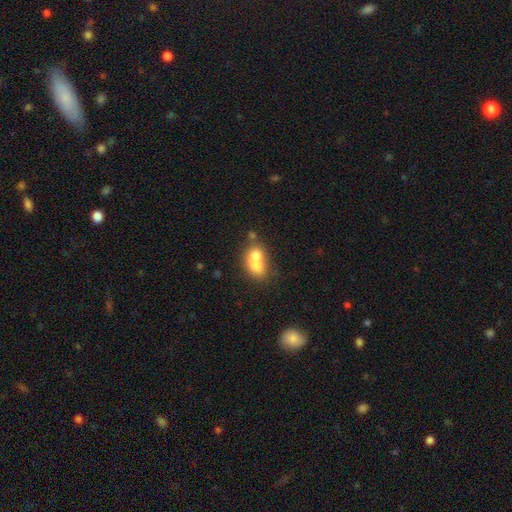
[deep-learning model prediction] smooth-or-featured: smooth: 68% | featured or disk: 22% | star or artifact: 10%
  how-rounded: in between: 56% | round: 42% | cigar-shaped: 2%
  merging: merger: 67% | none: 22% | minor disturbance: 7% | major disturbance: 4%